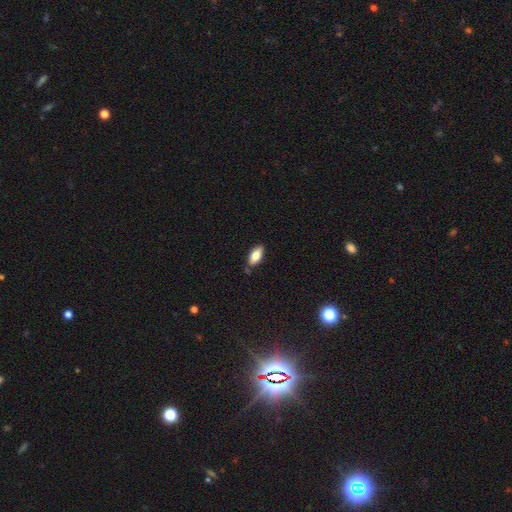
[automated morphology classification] smooth-or-featured: smooth: 75% | featured or disk: 19% | star or artifact: 7%
  how-rounded: in between: 86% | cigar-shaped: 11% | round: 3%
  merging: none: 77% | minor disturbance: 17% | merger: 3% | major disturbance: 3%